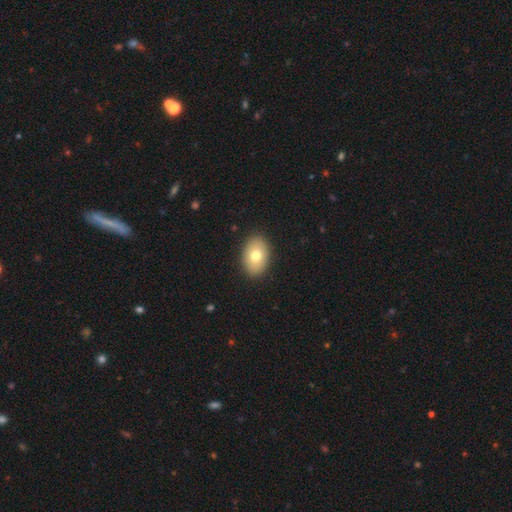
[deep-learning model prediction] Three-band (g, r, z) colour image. It shows a smooth galaxy with no disk features (75%) that is in between round and cigar-shaped (82%). Merging: none (89%).